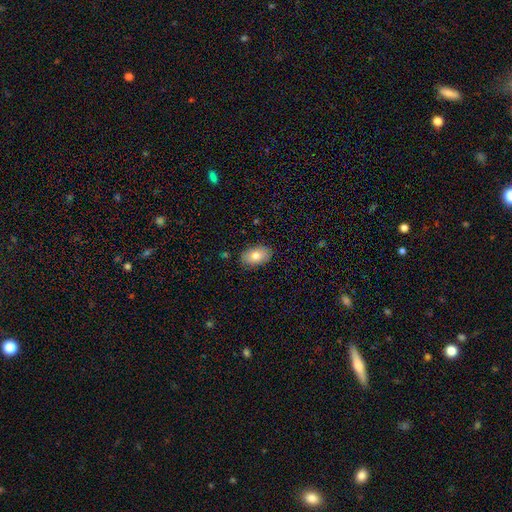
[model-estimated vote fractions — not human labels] The model was most divided on "smooth or featured": smooth: 78%, featured or disk: 14%, star or artifact: 7%. More confident: how rounded — in between (90%); merging — none (87%).